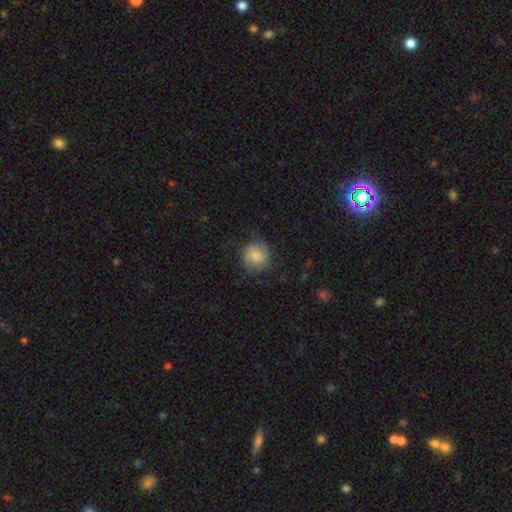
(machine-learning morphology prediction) Smooth or featured?
  - smooth: 70% *
  - featured or disk: 22%
  - star or artifact: 8%
How rounded?
  - round: 88% *
  - in between: 11%
  - cigar-shaped: 1%
Merging?
  - none: 71% *
  - minor disturbance: 19%
  - major disturbance: 9%
  - merger: 1%